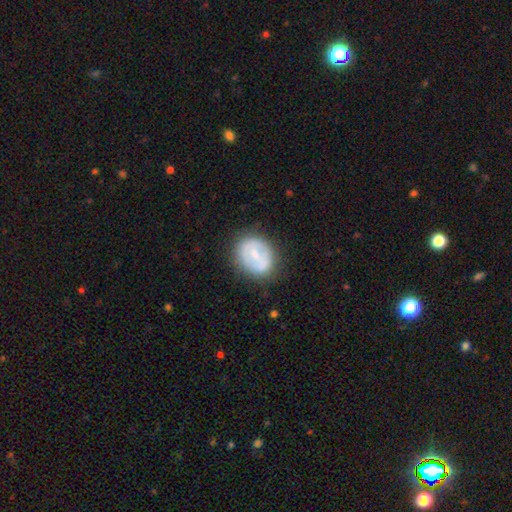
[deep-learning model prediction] Q: Smooth or featured?
A: featured or disk (51%); runner-up: smooth (42%)
Q: Edge-on disk?
A: no (96%); runner-up: yes (4%)
Q: Merging?
A: none (74%); runner-up: minor disturbance (17%)